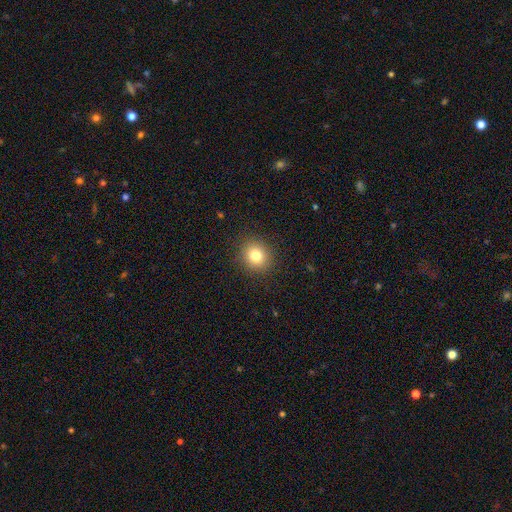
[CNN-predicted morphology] Smooth or featured?
  - smooth: 81% *
  - star or artifact: 12%
  - featured or disk: 8%
How rounded?
  - round: 84% *
  - in between: 16%
  - cigar-shaped: 1%
Merging?
  - none: 90% *
  - minor disturbance: 6%
  - major disturbance: 2%
  - merger: 1%